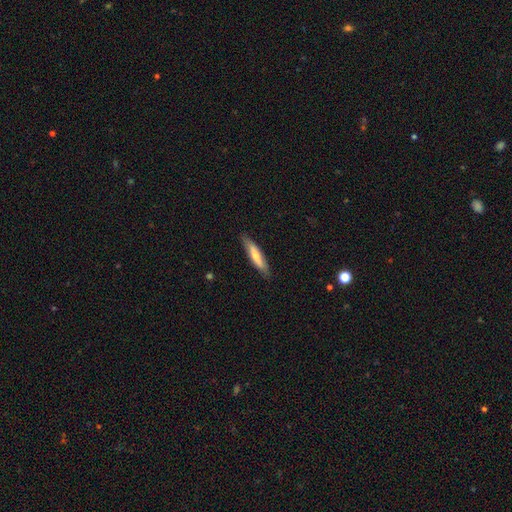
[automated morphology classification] type=smooth (55%); roundness=cigar-shaped (82%); merging=none (86%).